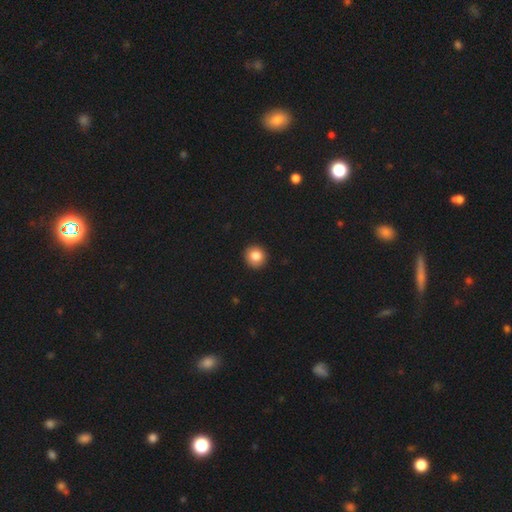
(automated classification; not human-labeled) This is clearly a smooth galaxy (84%). How rounded: clearly round (94%). Merging: clearly none (93%).